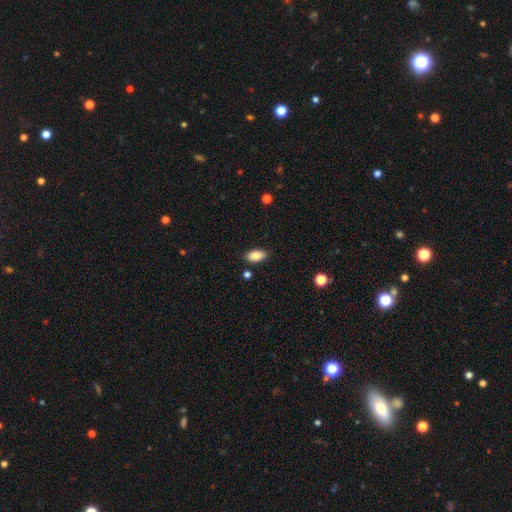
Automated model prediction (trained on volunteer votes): Morphology: type=smooth (87%); roundness=in between (92%); merging=none (86%).